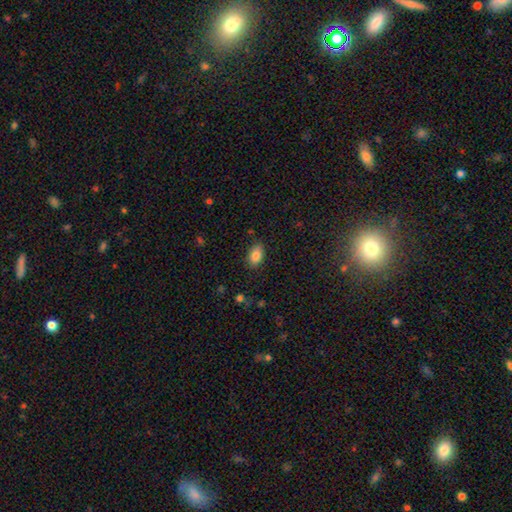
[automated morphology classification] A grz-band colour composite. It shows a smooth galaxy with no disk features (86%) that is in between round and cigar-shaped (89%). Merging: none (82%).